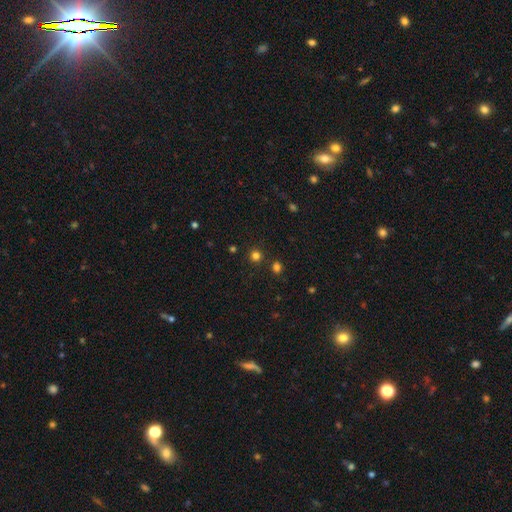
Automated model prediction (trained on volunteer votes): Smooth or featured? Predicted: smooth (p=0.77). How rounded? Predicted: round (p=0.94). Merging? Predicted: none (p=0.88).